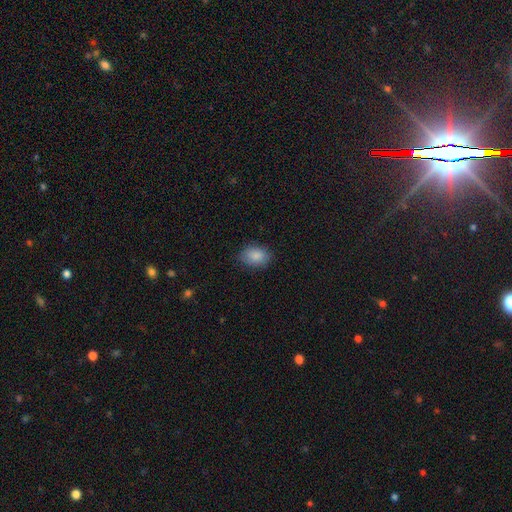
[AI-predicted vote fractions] Morphology: type=smooth (86%); roundness=in between (76%); merging=none (82%).